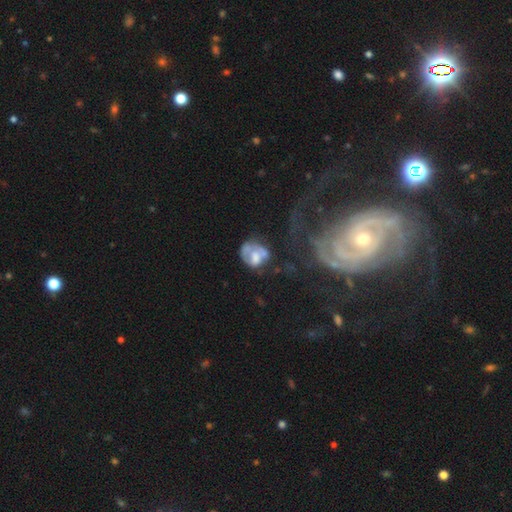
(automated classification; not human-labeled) Smooth or featured? Predicted: featured or disk (p=0.47). Merging? Predicted: none (p=0.31).